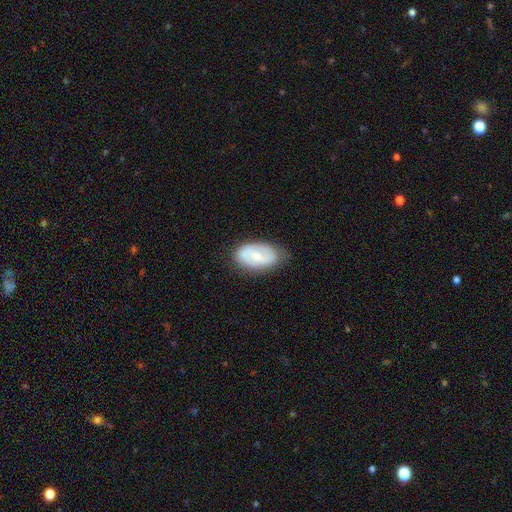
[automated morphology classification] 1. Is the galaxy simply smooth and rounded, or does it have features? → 50% featured or disk, 44% smooth, 6% star or artifact.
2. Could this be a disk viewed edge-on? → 95% no, 5% yes.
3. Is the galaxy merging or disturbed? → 73% none, 21% minor disturbance, 5% major disturbance, 1% merger.